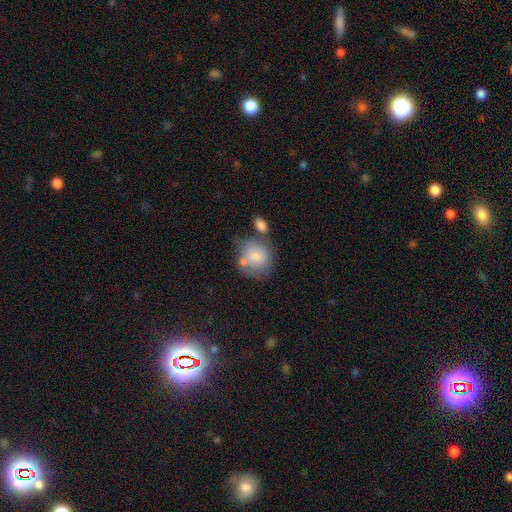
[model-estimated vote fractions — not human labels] Smooth or featured: smooth — 76% (featured or disk — 16%)
How rounded: round — 79% (in between — 20%)
Merging: none — 46% (merger — 27%)